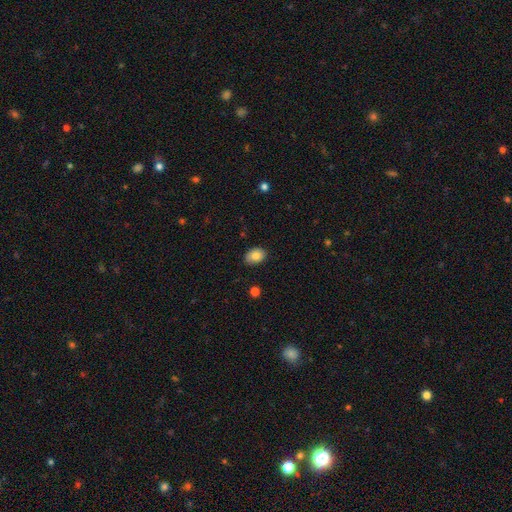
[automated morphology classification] Smooth or featured?
  - smooth: 82% *
  - featured or disk: 10%
  - star or artifact: 8%
How rounded?
  - in between: 79% *
  - round: 20%
  - cigar-shaped: 1%
Merging?
  - none: 84% *
  - minor disturbance: 13%
  - major disturbance: 2%
  - merger: 1%